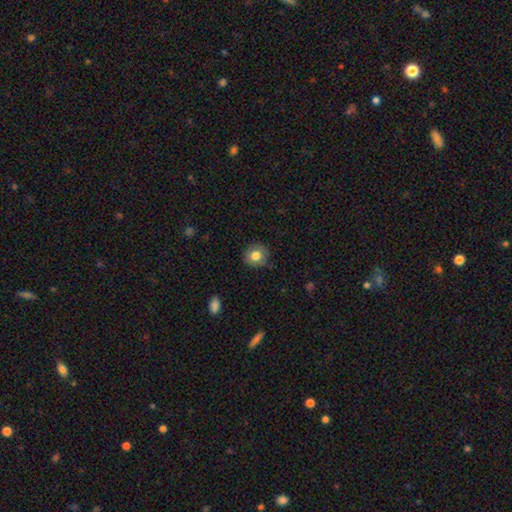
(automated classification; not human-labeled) Morphology: type=smooth (80%); roundness=round (86%); merging=none (83%).